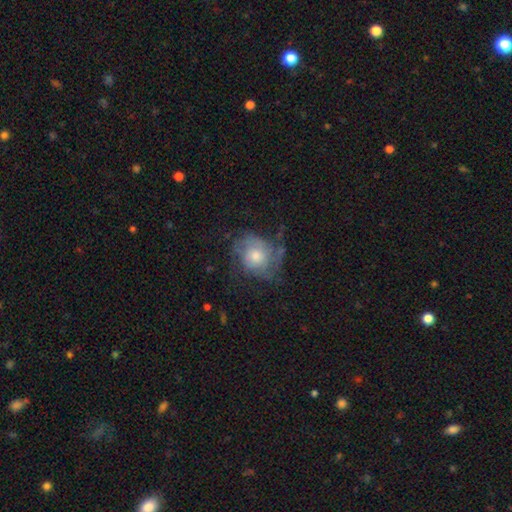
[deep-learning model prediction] featured or disk 64%, smooth 28%, star or artifact 8%. Down the decision tree: edge-on disk — no (97%); bar — no (81%); spiral arms — yes (82%); spiral arm count — can't tell (38%); spiral winding — tight (46%); bulge size — moderate (60%); merging — none (55%).